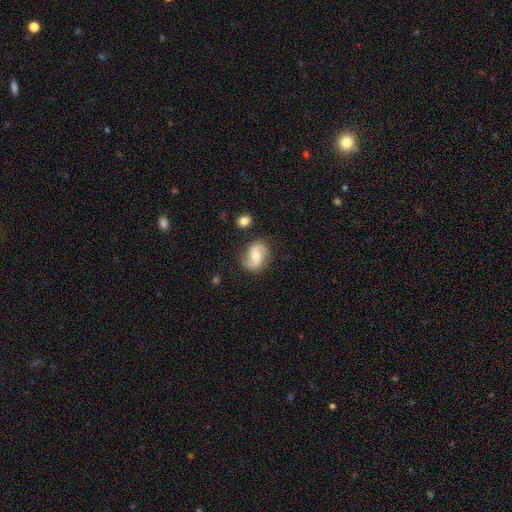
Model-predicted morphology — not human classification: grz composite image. It shows a featured or disk galaxy (74%) with no bar (51%), 2 (90%) loose (48%) spiral arms (94%) and a moderate central bulge (61%). Merging: none (78%).